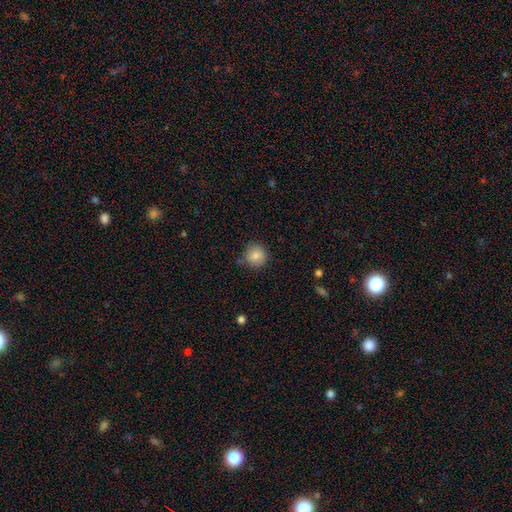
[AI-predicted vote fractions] Smooth or featured?
  - smooth: 84% *
  - star or artifact: 9%
  - featured or disk: 7%
How rounded?
  - round: 93% *
  - in between: 6%
  - cigar-shaped: 1%
Merging?
  - none: 81% *
  - minor disturbance: 13%
  - major disturbance: 3%
  - merger: 3%